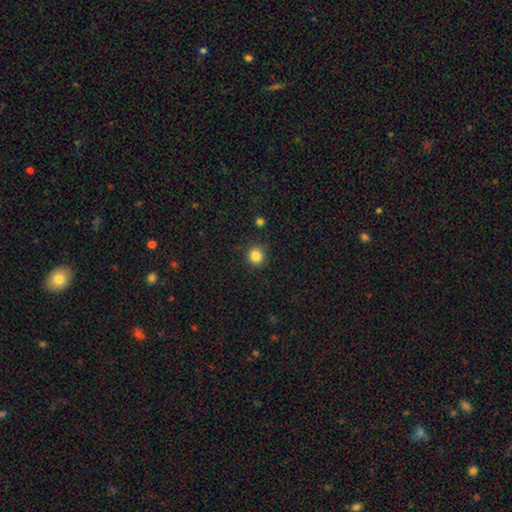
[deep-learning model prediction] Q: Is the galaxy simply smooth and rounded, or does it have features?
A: smooth — 85%.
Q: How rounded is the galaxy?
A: round — 91%.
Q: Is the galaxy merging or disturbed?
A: none — 90%.